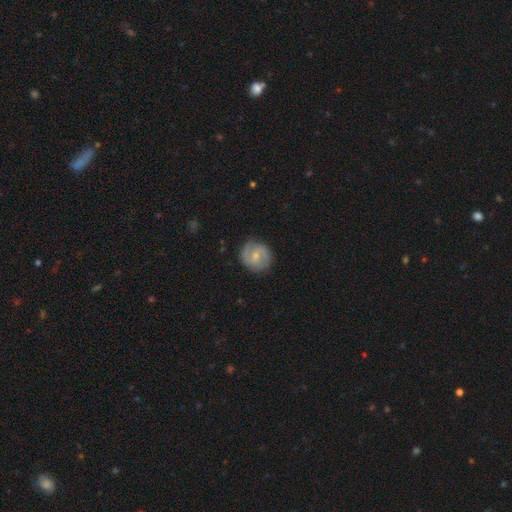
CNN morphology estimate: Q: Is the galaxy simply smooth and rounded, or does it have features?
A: featured or disk — 67%.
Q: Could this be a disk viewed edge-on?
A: no — 98%.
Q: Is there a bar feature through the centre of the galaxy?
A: weak — 47%.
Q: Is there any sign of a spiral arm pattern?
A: yes — 90%.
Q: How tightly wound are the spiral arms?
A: medium — 46%.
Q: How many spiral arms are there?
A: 2 — 83%.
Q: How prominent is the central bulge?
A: small — 55%.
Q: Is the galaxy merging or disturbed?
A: none — 82%.